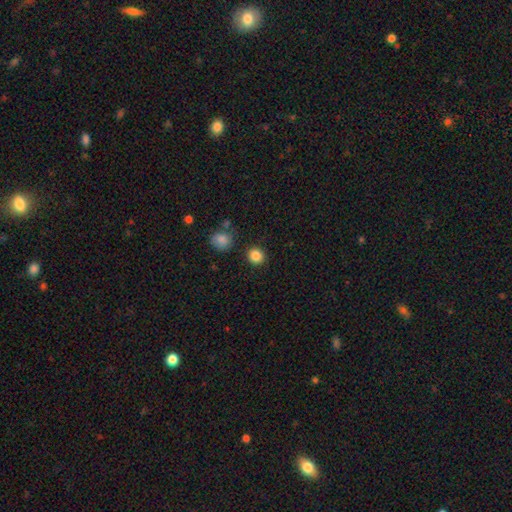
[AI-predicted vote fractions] A smooth galaxy with no disk features (86%) that is round (87%).

Vote fractions:
- Smooth or featured? smooth: 86% / star or artifact: 10% / featured or disk: 4%
- How rounded? round: 87% / in between: 12% / cigar-shaped: 1%
- Merging? none: 88% / minor disturbance: 7% / merger: 3% / major disturbance: 2%